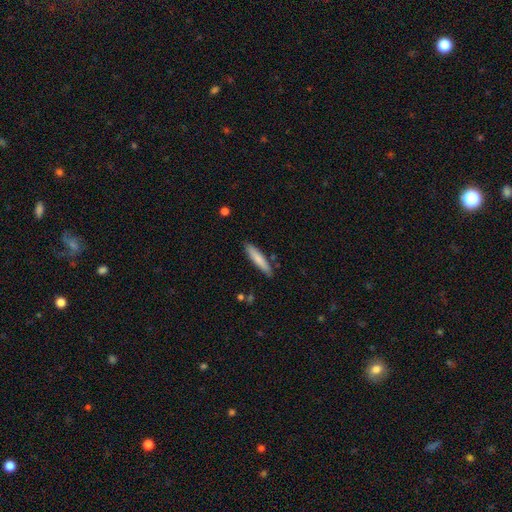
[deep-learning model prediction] Smooth or featured?
  - smooth: 77% *
  - featured or disk: 17%
  - star or artifact: 6%
How rounded?
  - cigar-shaped: 89% *
  - in between: 9%
  - round: 1%
Merging?
  - none: 88% *
  - minor disturbance: 9%
  - merger: 2%
  - major disturbance: 2%